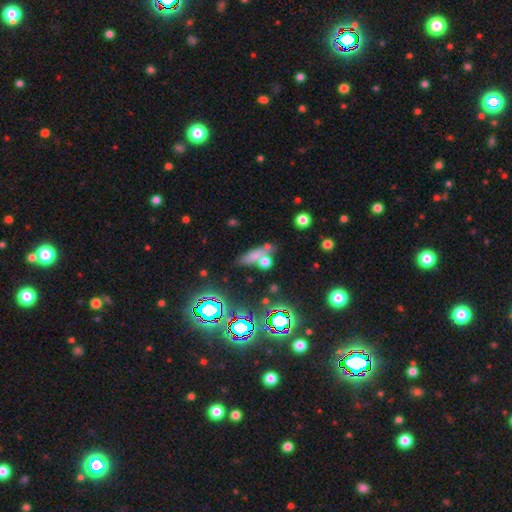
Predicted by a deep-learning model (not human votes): smooth-or-featured: smooth: 61% | star or artifact: 22% | featured or disk: 18%
  how-rounded: in between: 44% | cigar-shaped: 42% | round: 14%
  merging: none: 54% | merger: 24% | minor disturbance: 14% | major disturbance: 7%